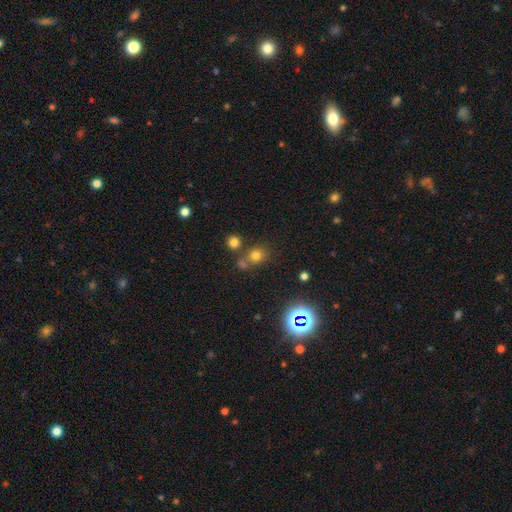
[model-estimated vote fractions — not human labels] Q: Smooth or featured?
A: smooth (68%); runner-up: star or artifact (24%)
Q: How rounded?
A: round (78%); runner-up: in between (21%)
Q: Merging?
A: none (63%); runner-up: merger (22%)